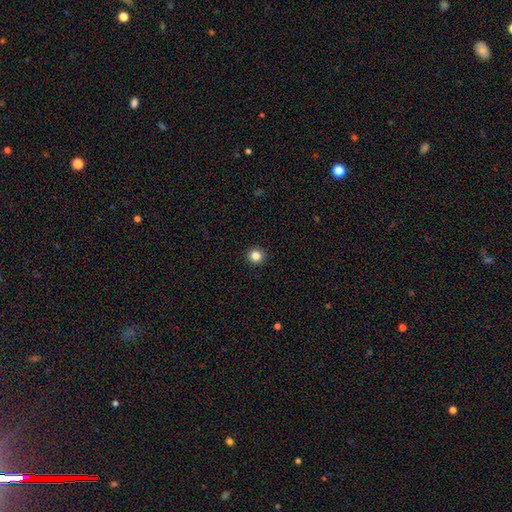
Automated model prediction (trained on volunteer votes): Morphology: type=smooth (83%); roundness=round (95%); merging=none (94%).